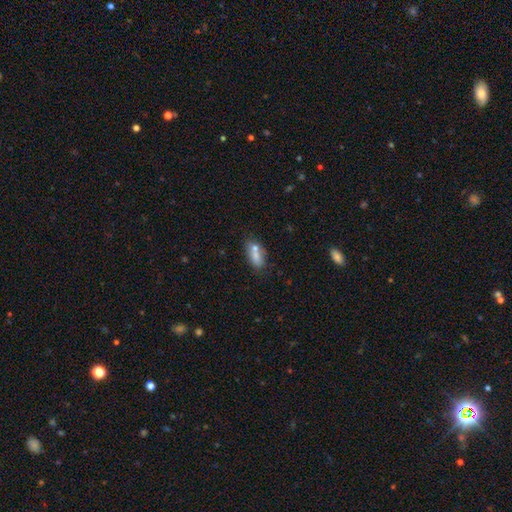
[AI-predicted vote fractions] A smooth galaxy with no disk features (68%) that is in between round and cigar-shaped (78%). Merging: none (47%).